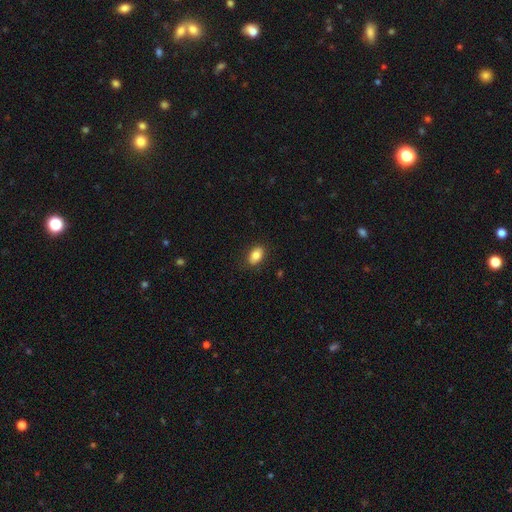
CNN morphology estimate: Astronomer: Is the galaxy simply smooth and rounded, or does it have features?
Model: smooth — 84%.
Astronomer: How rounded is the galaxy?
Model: in between — 90%.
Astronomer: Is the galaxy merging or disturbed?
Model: none — 87%.